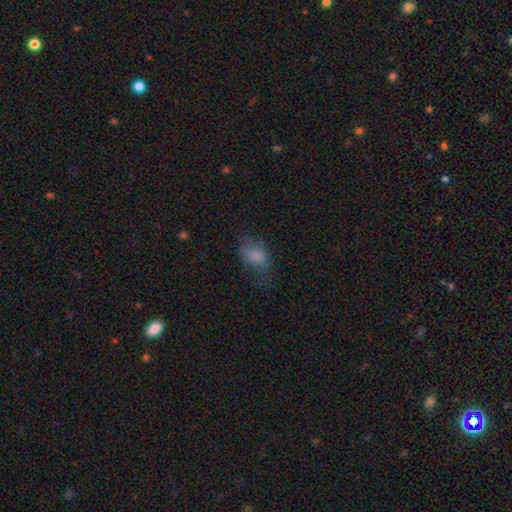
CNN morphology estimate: Overall: smooth (74%). How rounded: in between (85%). Merging: none (47%; minor disturbance 27%).